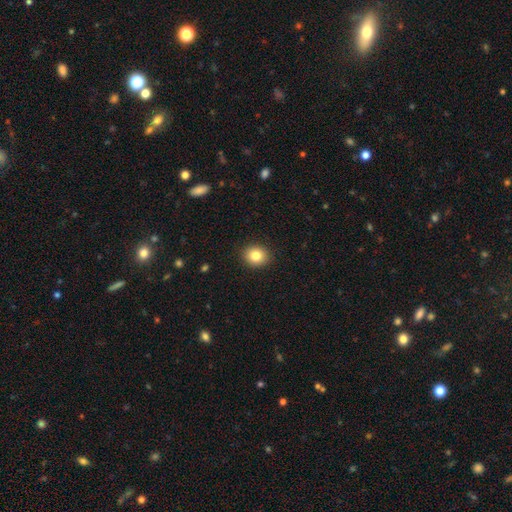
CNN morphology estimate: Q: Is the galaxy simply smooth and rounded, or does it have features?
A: smooth — 83%.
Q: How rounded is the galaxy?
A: round — 71%.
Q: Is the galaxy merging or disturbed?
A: none — 91%.